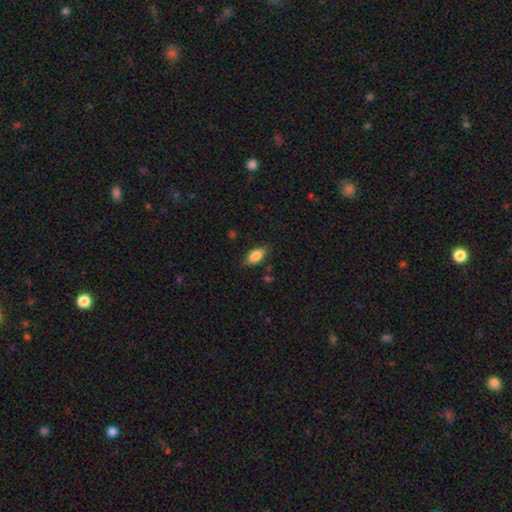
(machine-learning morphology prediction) This appears to be a smooth galaxy with no disk features (83%) that is in between round and cigar-shaped (88%). Merging: none (80%).